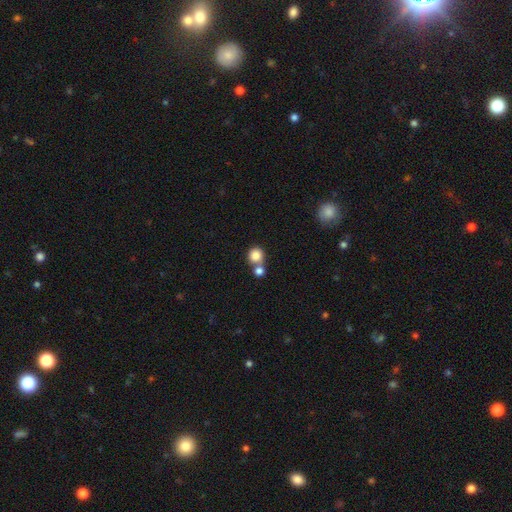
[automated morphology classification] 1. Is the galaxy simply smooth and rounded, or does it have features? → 84% smooth, 9% star or artifact, 6% featured or disk.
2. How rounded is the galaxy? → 89% round, 10% in between, 1% cigar-shaped.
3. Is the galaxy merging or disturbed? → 53% none, 37% merger, 7% minor disturbance, 3% major disturbance.